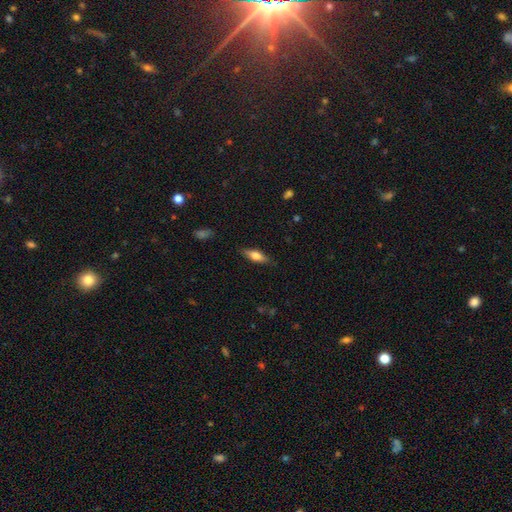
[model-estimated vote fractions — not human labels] Q: Smooth or featured?
A: smooth (65%); runner-up: featured or disk (28%)
Q: How rounded?
A: in between (55%); runner-up: cigar-shaped (43%)
Q: Merging?
A: none (83%); runner-up: minor disturbance (13%)